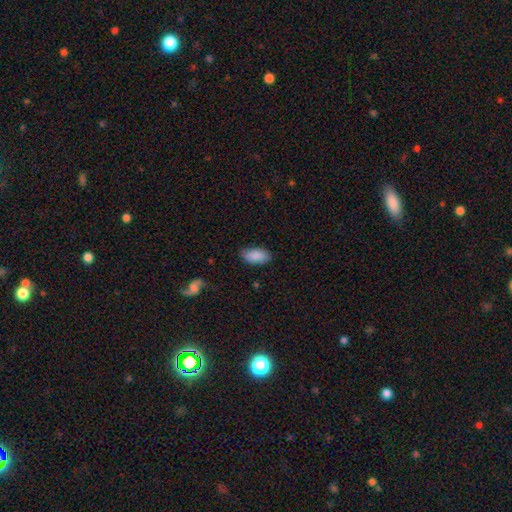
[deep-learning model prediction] This is clearly a smooth galaxy (88%). How rounded: clearly in between (93%). Merging: clearly none (81%).